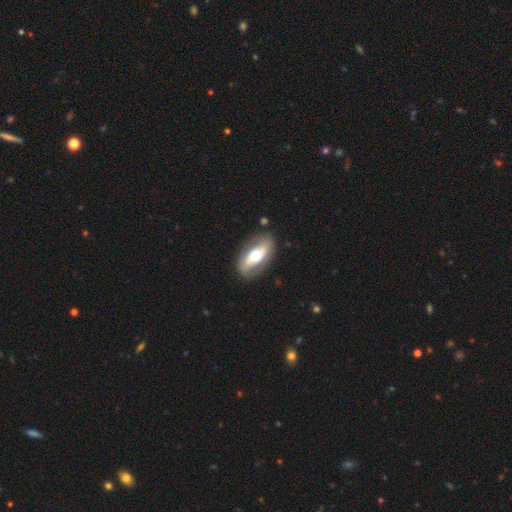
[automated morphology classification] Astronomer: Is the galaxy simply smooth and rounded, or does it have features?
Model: featured or disk — 55% (runner-up: smooth, 40%).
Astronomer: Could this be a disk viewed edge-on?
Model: no — 84%.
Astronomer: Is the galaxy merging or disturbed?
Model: none — 81%.